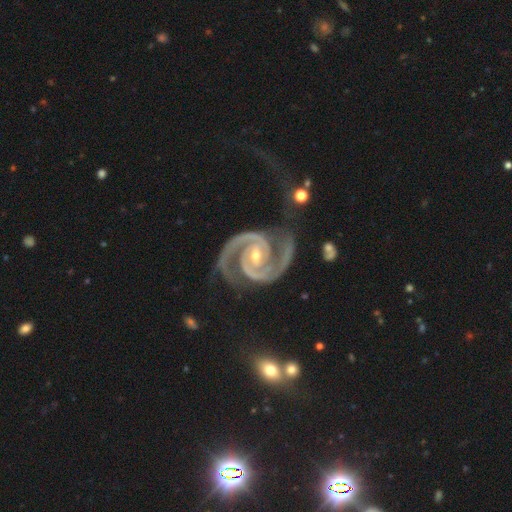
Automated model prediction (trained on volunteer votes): This appears to be a featured or disk galaxy (95%) with no bar (41%), 2 (93%) medium (47%) spiral arms (99%) and a small central bulge (58%). Merging: none (69%).